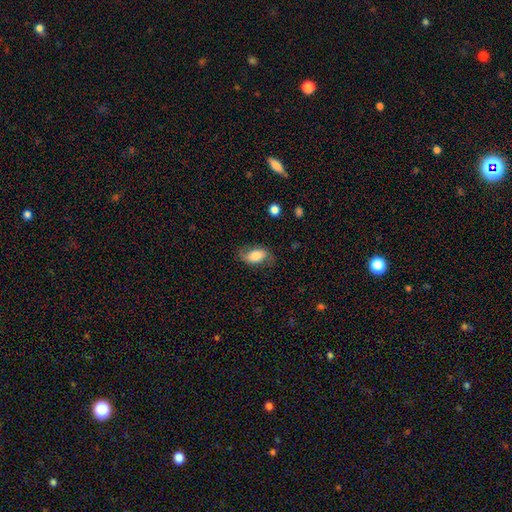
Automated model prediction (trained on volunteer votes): smooth-or-featured: smooth: 66% | featured or disk: 27% | star or artifact: 7%
  how-rounded: in between: 90% | round: 7% | cigar-shaped: 3%
  merging: none: 71% | minor disturbance: 20% | major disturbance: 8% | merger: 1%